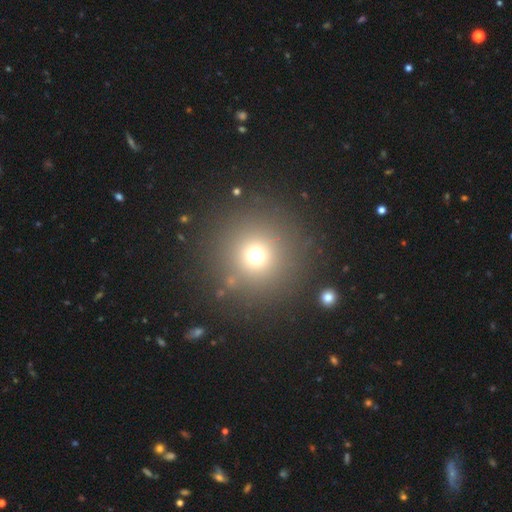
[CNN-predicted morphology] Smooth or featured?
  - smooth: 69% *
  - star or artifact: 22%
  - featured or disk: 9%
How rounded?
  - round: 95% *
  - in between: 4%
  - cigar-shaped: 1%
Merging?
  - none: 85% *
  - minor disturbance: 7%
  - major disturbance: 5%
  - merger: 3%